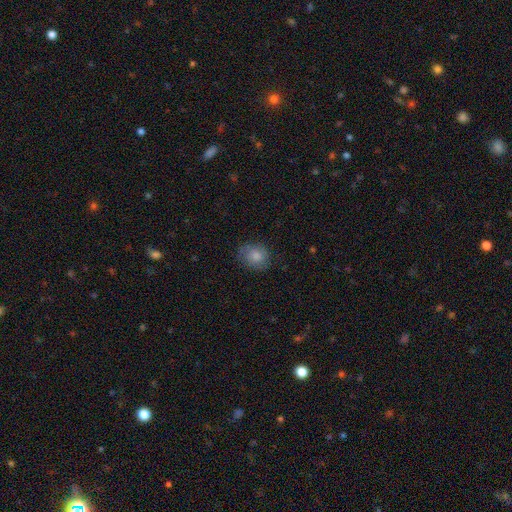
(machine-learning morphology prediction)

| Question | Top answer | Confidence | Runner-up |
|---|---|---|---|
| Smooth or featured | smooth | 79% | featured or disk (13%) |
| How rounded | round | 70% | in between (29%) |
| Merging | none | 73% | minor disturbance (20%) |